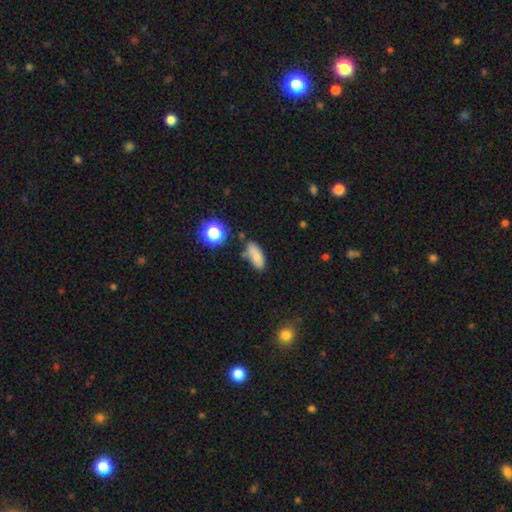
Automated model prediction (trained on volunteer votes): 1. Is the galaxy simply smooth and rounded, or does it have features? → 77% smooth, 14% star or artifact, 9% featured or disk.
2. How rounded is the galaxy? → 76% in between, 17% cigar-shaped, 6% round.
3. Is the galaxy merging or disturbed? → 57% none, 25% minor disturbance, 10% merger, 8% major disturbance.